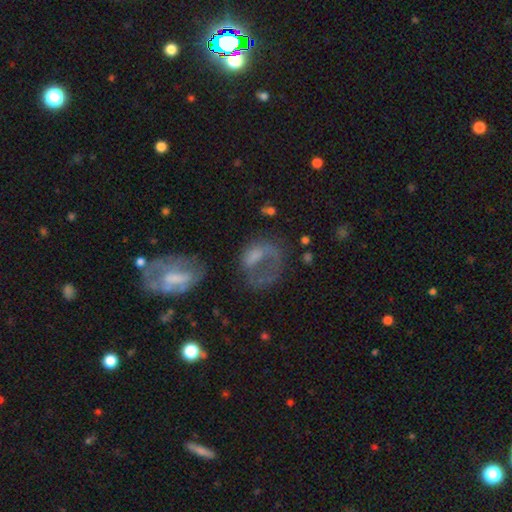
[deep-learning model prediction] Smooth or featured? featured or disk (46%)
Merging? major disturbance (45%)